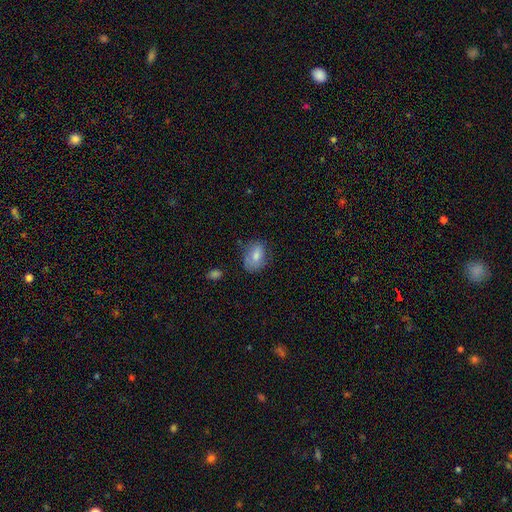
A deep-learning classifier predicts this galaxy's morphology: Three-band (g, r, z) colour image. It shows a smooth galaxy with no disk features (78%) that is in between round and cigar-shaped (77%). Merging: none (63%).